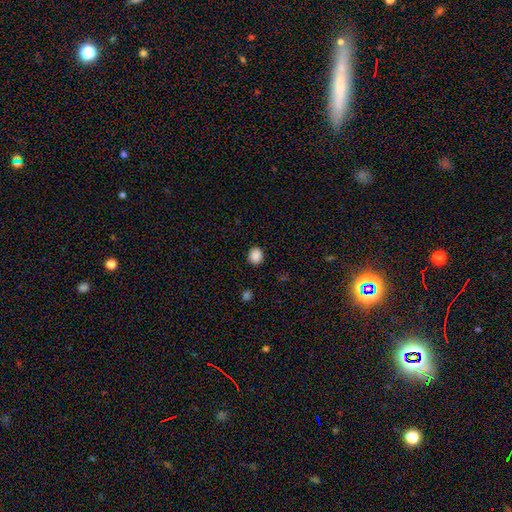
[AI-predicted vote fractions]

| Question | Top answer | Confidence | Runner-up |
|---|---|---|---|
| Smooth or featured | smooth | 88% | star or artifact (10%) |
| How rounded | round | 62% | in between (37%) |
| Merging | none | 88% | minor disturbance (8%) |